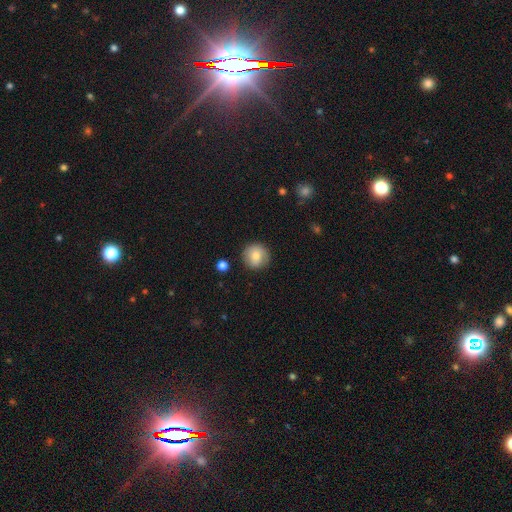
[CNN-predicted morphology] This appears to be a smooth galaxy with no disk features (76%) that is round (94%). Merging: none (86%).